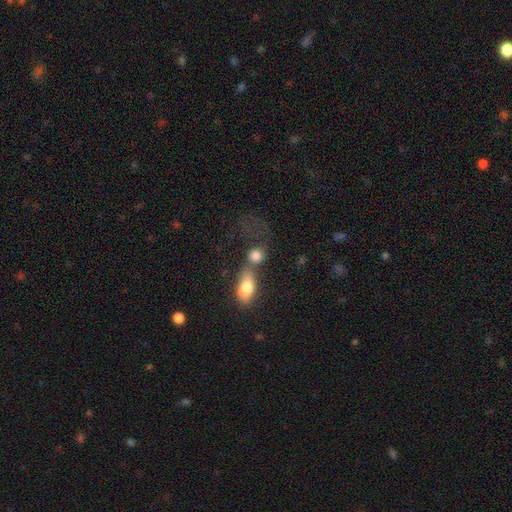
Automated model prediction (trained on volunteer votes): This appears to be a smooth galaxy with no disk features (79%) that is round (52%). Merging: merger (47%).